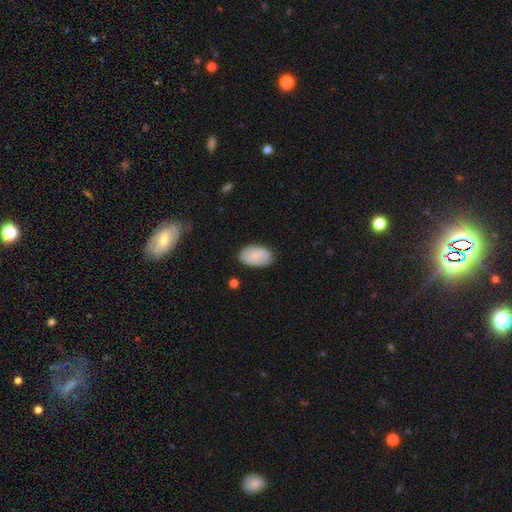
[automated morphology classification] smooth-or-featured: smooth: 73% | featured or disk: 20% | star or artifact: 7%
  how-rounded: in between: 93% | round: 6% | cigar-shaped: 1%
  merging: none: 79% | minor disturbance: 17% | major disturbance: 3% | merger: 1%